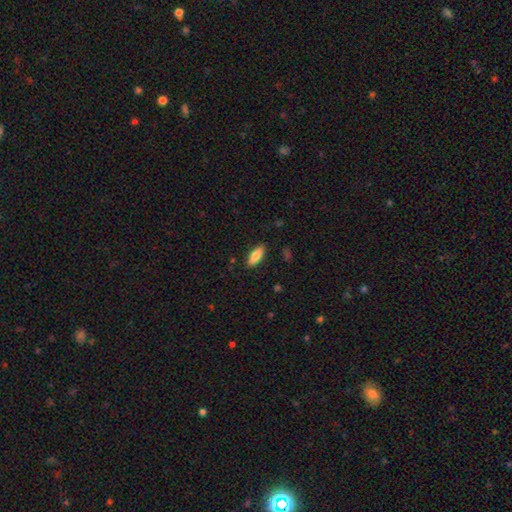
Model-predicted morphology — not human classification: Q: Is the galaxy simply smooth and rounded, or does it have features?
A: smooth — 80%.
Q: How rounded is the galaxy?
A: in between — 74%.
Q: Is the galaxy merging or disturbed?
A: none — 87%.